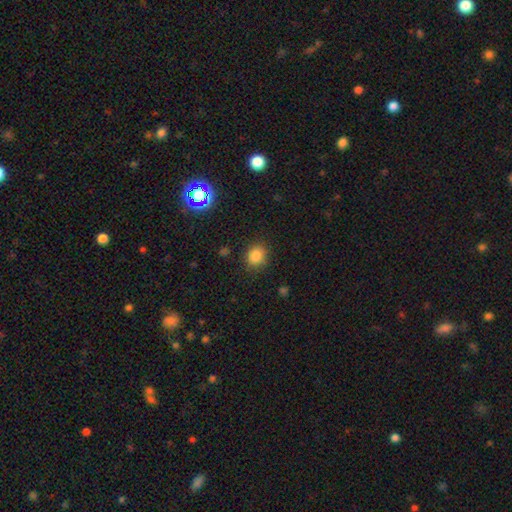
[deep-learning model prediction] Smooth or featured?
  - smooth: 84% *
  - star or artifact: 12%
  - featured or disk: 4%
How rounded?
  - round: 76% *
  - in between: 23%
  - cigar-shaped: 1%
Merging?
  - none: 85% *
  - minor disturbance: 10%
  - major disturbance: 3%
  - merger: 2%